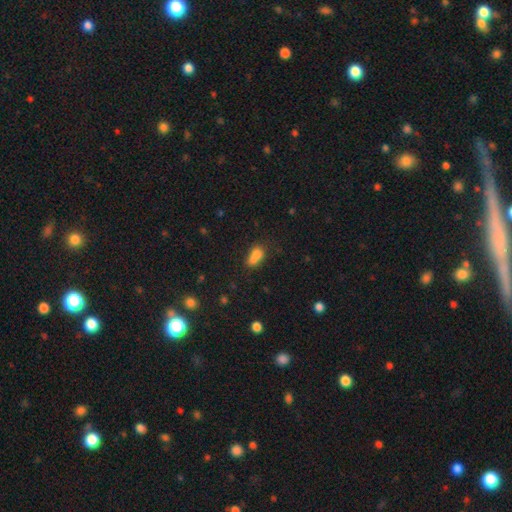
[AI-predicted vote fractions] Smooth or featured: smooth — 74% (featured or disk — 13%)
How rounded: in between — 71% (round — 23%)
Merging: merger — 47% (none — 30%)